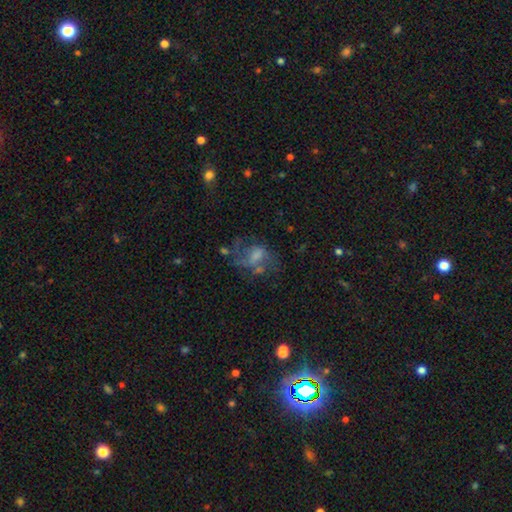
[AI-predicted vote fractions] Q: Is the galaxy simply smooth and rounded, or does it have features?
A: featured or disk — 54%.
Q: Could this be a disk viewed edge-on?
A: no — 96%.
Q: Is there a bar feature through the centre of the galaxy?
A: no — 51%.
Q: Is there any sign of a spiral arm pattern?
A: yes — 59%.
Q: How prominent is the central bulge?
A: moderate — 33%.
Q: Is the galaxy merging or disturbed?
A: none — 40%.